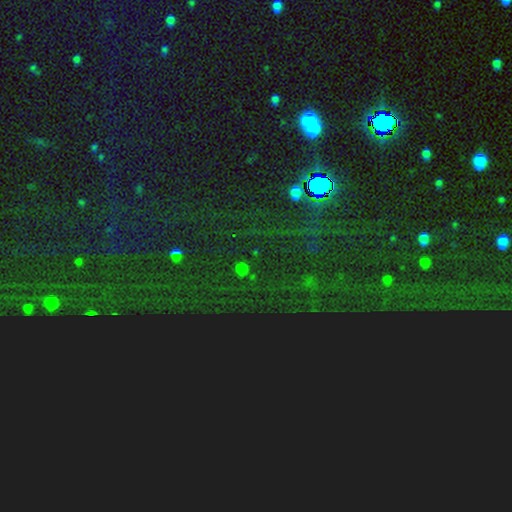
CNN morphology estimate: type=star or artifact (84%).